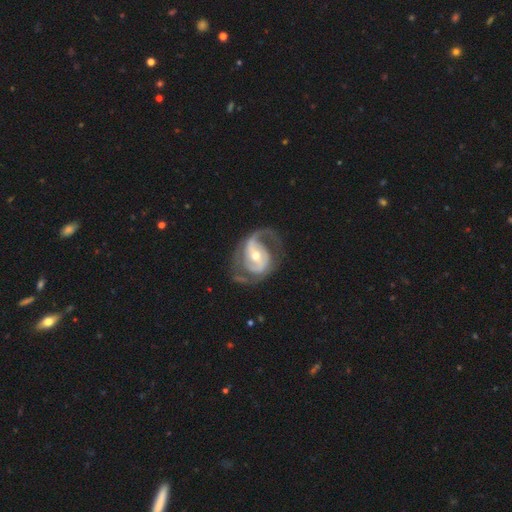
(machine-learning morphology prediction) smooth_or_featured: featured or disk (p=0.86) [alt: smooth p=0.09]
disk_edge_on: no (p=0.97) [alt: yes p=0.03]
bar: weak (p=0.39) [alt: strong p=0.31]
has_spiral_arms: yes (p=0.92) [alt: no p=0.08]
spiral_winding: medium (p=0.48) [alt: loose p=0.29]
spiral_arm_count: 2 (p=0.76) [alt: 1 p=0.11]
bulge_size: moderate (p=0.55) [alt: small p=0.39]
merging: none (p=0.58) [alt: major disturbance p=0.21]